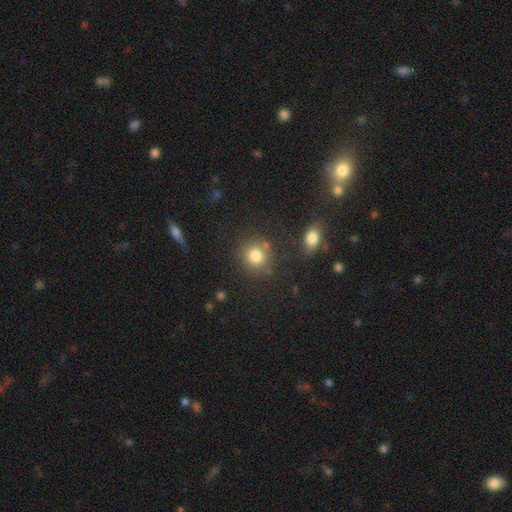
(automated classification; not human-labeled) Overall: smooth (81%). How rounded: round (86%). Merging: none (74%).